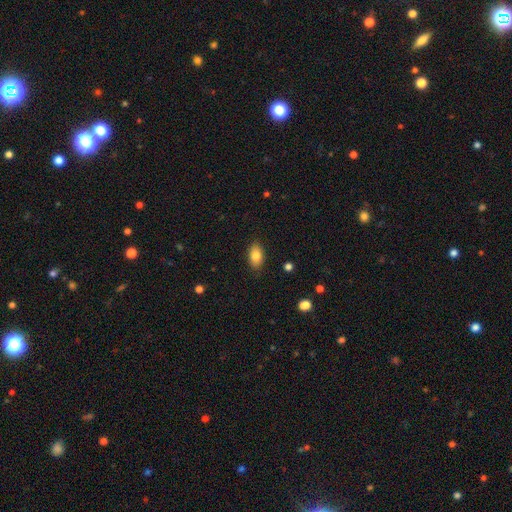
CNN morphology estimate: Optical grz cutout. It shows a smooth galaxy with no disk features (83%) that is in between round and cigar-shaped (92%). Merging: none (87%).